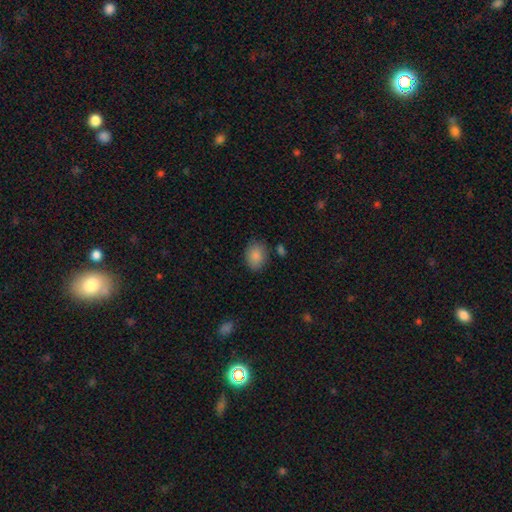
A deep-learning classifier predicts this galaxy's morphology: Overall: smooth (87%). How rounded: in between (66%; round 33%). Merging: none (80%).